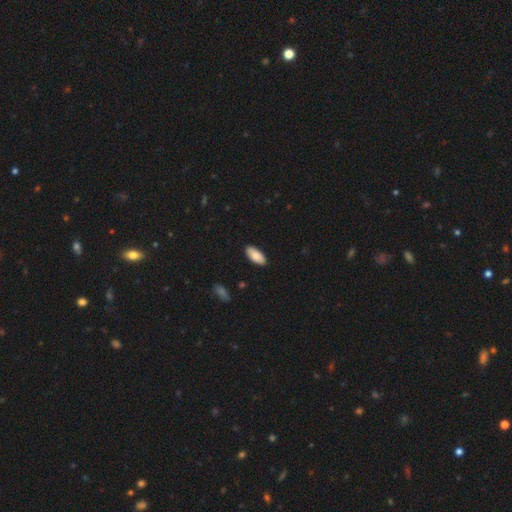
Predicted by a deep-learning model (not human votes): Q: Smooth or featured?
A: smooth (86%); runner-up: featured or disk (8%)
Q: How rounded?
A: in between (90%); runner-up: cigar-shaped (8%)
Q: Merging?
A: none (89%); runner-up: minor disturbance (8%)